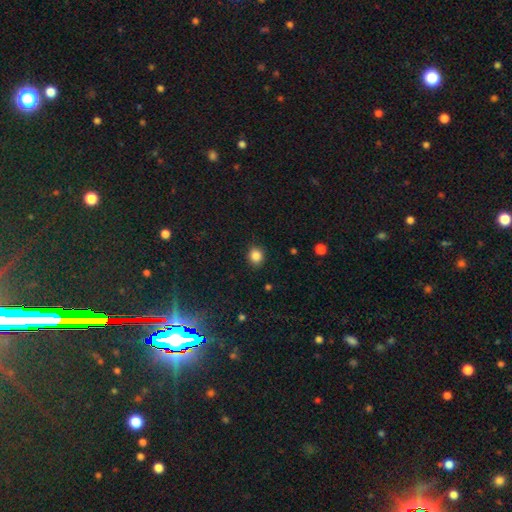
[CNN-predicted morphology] Q: Smooth or featured?
A: smooth (86%); runner-up: star or artifact (11%)
Q: How rounded?
A: round (78%); runner-up: in between (21%)
Q: Merging?
A: none (87%); runner-up: minor disturbance (9%)